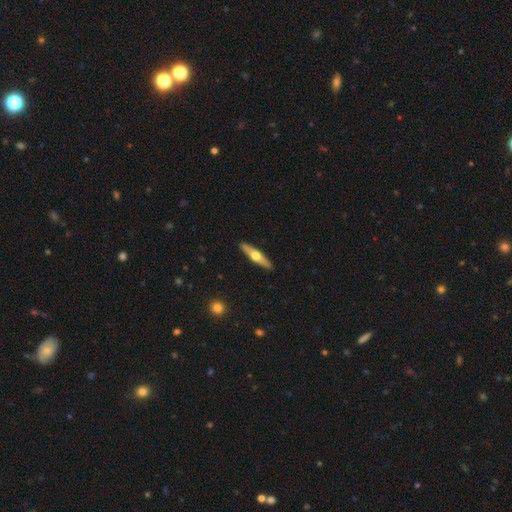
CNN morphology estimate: A featured or disk galaxy (64%) viewed edge-on (96%) with a rounded central bulge (95%).

Vote fractions:
- Smooth or featured? featured or disk: 64% / smooth: 31% / star or artifact: 5%
- Edge-on disk? yes: 96% / no: 4%
- Edge-on bulge? rounded: 95% / boxy: 2% / none: 2%
- Merging? none: 92% / minor disturbance: 6% / major disturbance: 1% / merger: 1%